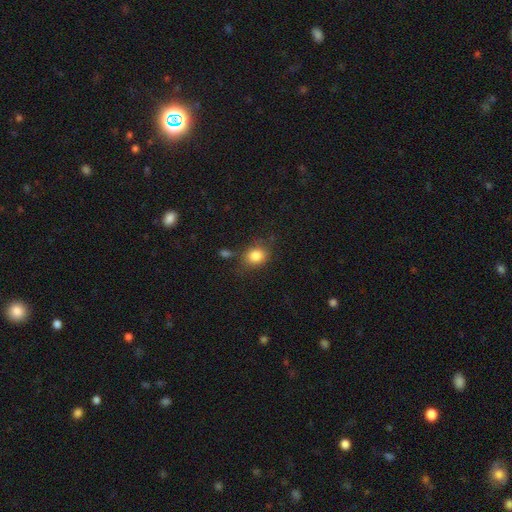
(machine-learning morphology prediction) A smooth galaxy with no disk features (84%) that is round (56%).

Vote fractions:
- Smooth or featured? smooth: 84% / star or artifact: 10% / featured or disk: 6%
- How rounded? round: 56% / in between: 43% / cigar-shaped: 1%
- Merging? none: 70% / minor disturbance: 18% / merger: 6% / major disturbance: 6%